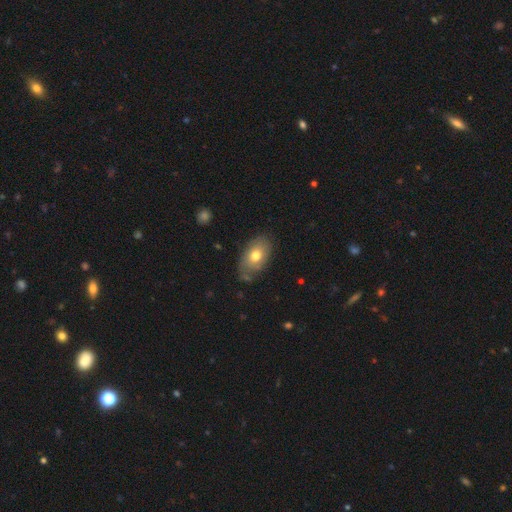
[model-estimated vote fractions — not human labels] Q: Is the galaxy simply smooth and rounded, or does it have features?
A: smooth — 70%.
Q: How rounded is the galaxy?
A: in between — 90%.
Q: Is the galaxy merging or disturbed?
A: none — 72%.